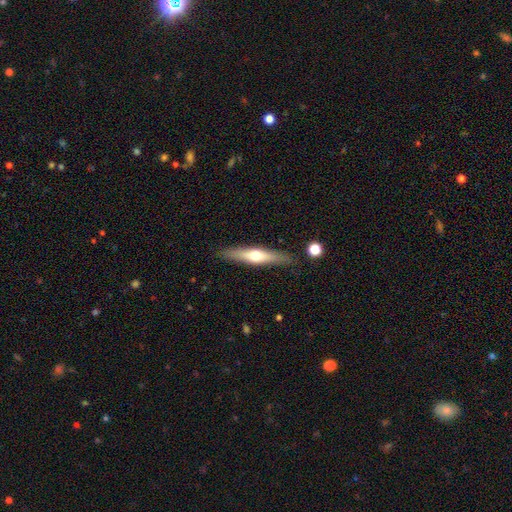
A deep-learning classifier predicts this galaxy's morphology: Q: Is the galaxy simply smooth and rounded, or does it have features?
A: featured or disk — 52%.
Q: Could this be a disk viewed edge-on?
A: yes — 91%.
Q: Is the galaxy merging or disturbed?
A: none — 88%.